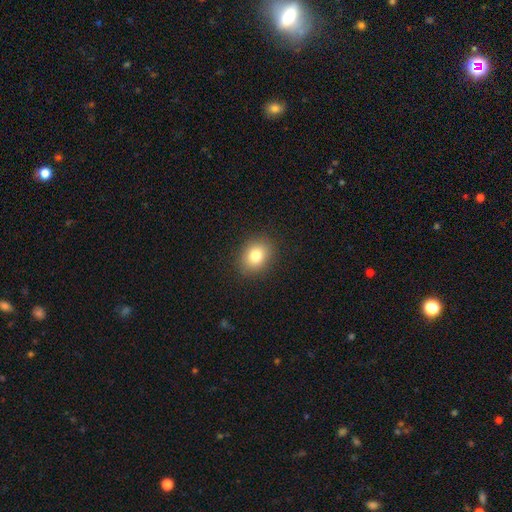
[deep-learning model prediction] Smooth or featured? smooth (80%)
How rounded? in between (50%)
Merging? none (89%)